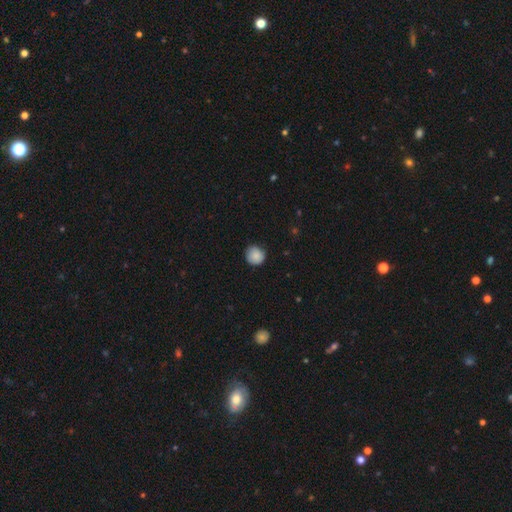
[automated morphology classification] This appears to be a smooth galaxy with no disk features (87%) that is round (90%). Merging: none (82%).